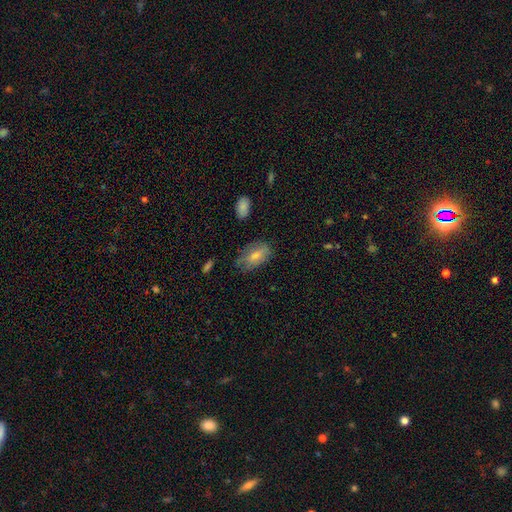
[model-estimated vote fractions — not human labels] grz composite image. It shows a smooth galaxy with no disk features (77%) that is in between round and cigar-shaped (91%). Merging: none (65%).